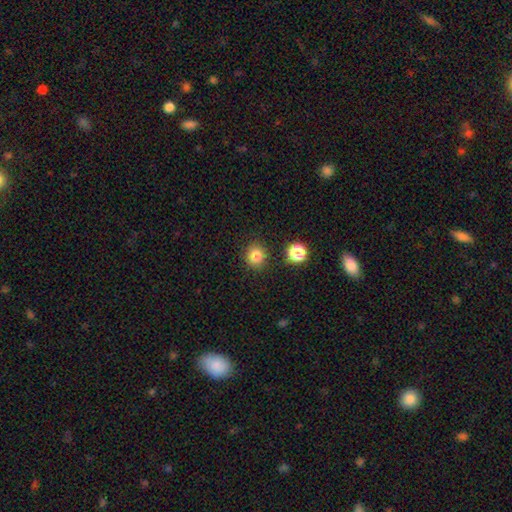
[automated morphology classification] The model was most divided on "smooth or featured": smooth: 83%, star or artifact: 13%, featured or disk: 4%. More confident: how rounded — round (86%); merging — none (84%).